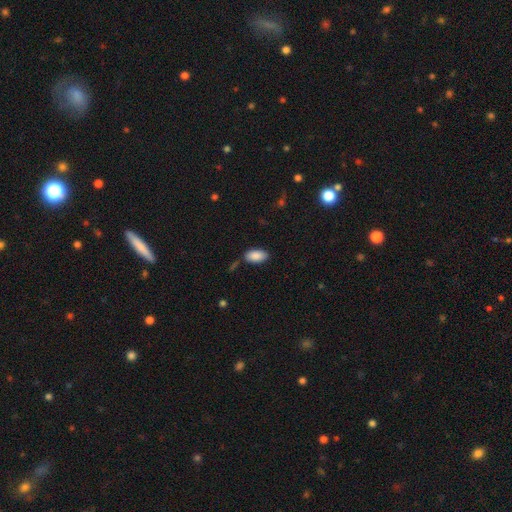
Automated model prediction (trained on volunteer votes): A smooth galaxy with no disk features (89%) that is in between round and cigar-shaped (94%). Merging: none (81%).